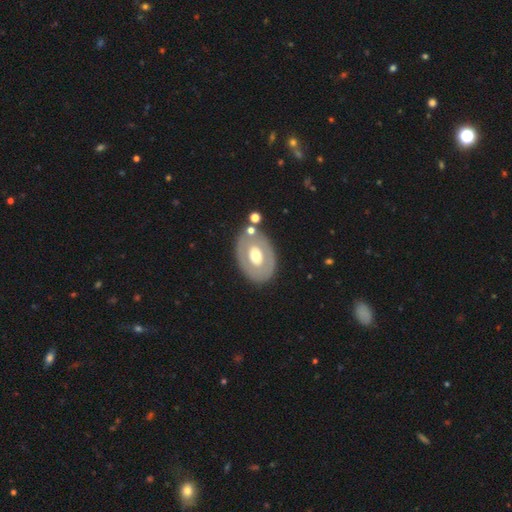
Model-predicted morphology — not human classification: smooth_or_featured: featured or disk (p=0.52) [alt: smooth p=0.43]
disk_edge_on: no (p=0.92) [alt: yes p=0.08]
merging: none (p=0.75) [alt: minor disturbance p=0.13]